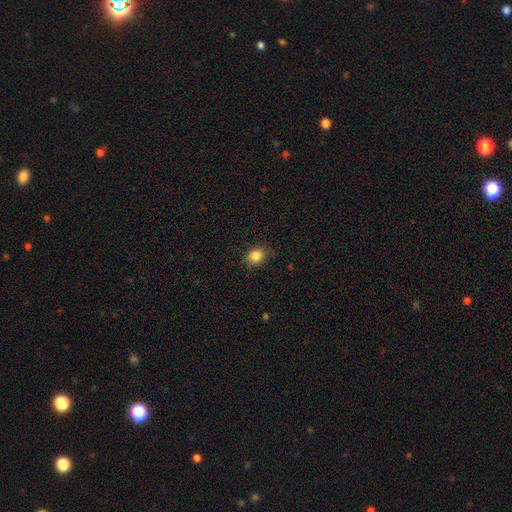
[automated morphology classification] Smooth or featured? Predicted: smooth (p=0.84). How rounded? Predicted: round (p=0.57). Merging? Predicted: none (p=0.80).